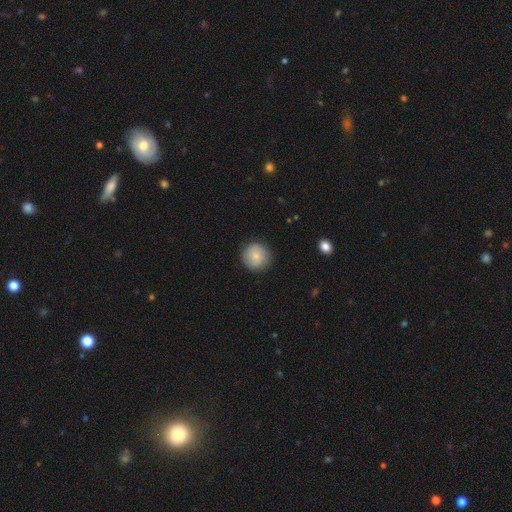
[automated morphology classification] A smooth galaxy with no disk features (79%) that is round (94%). Merging: none (88%).